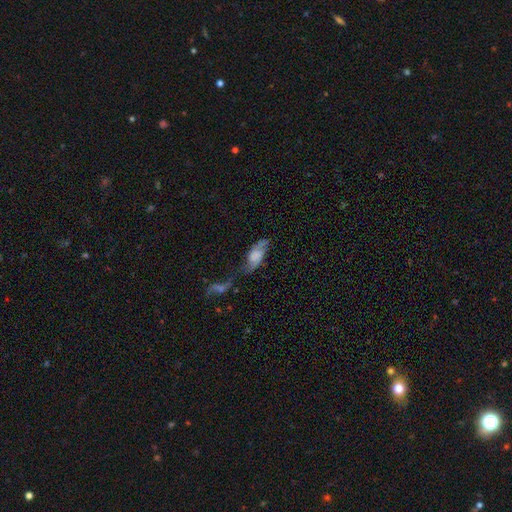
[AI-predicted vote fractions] This appears to be a featured or disk galaxy (48%). Merging: none (32%).